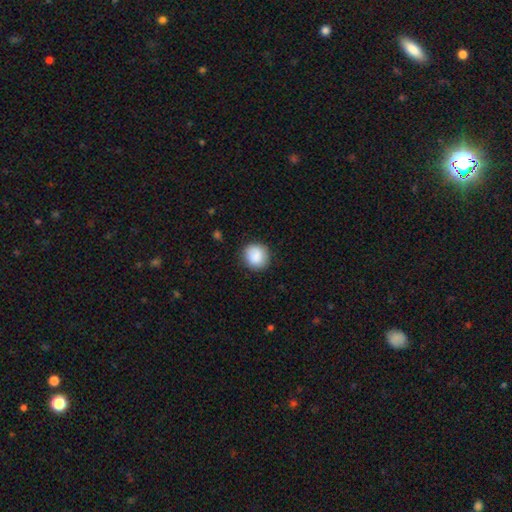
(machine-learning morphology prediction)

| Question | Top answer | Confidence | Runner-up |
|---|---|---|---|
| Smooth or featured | smooth | 88% | star or artifact (7%) |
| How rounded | round | 87% | in between (12%) |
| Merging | none | 86% | minor disturbance (10%) |